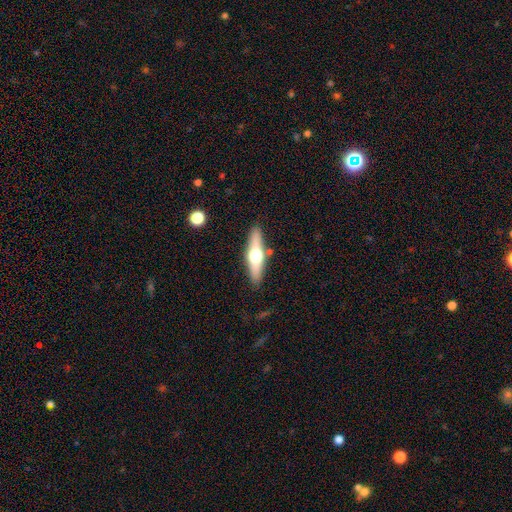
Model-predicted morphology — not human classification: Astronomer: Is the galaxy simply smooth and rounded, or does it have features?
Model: featured or disk — 57% (runner-up: smooth, 38%).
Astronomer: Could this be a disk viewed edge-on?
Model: yes — 93%.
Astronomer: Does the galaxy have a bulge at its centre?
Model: rounded — 95%.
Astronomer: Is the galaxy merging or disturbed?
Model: none — 85%.